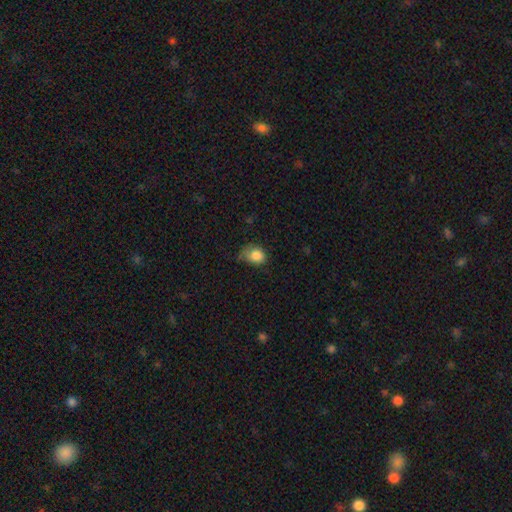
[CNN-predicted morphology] Smooth or featured? Predicted: smooth (p=0.84). How rounded? Predicted: in between (p=0.50). Merging? Predicted: none (p=0.43).